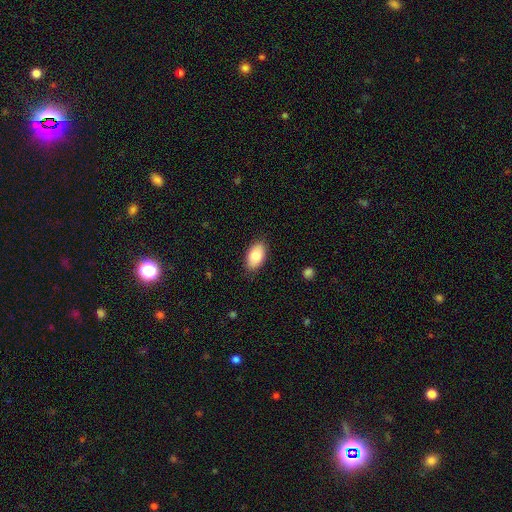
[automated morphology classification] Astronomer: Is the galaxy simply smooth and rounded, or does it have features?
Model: smooth — 84%.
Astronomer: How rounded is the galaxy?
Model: in between — 94%.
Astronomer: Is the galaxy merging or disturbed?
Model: none — 85%.